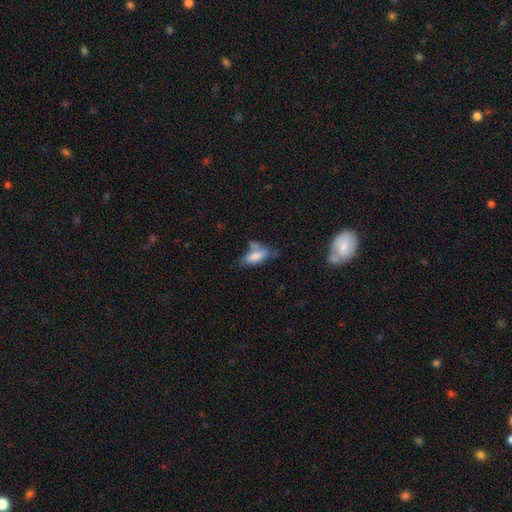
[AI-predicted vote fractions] Smooth or featured? Predicted: smooth (p=0.72). How rounded? Predicted: in between (p=0.73). Merging? Predicted: none (p=0.42).